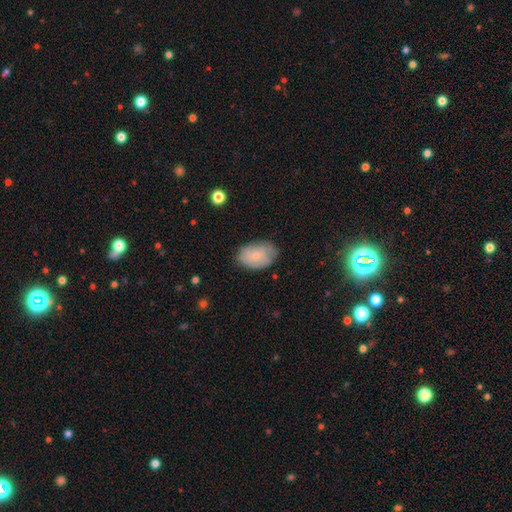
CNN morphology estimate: Q: Smooth or featured?
A: smooth (70%); runner-up: featured or disk (22%)
Q: How rounded?
A: in between (87%); runner-up: round (11%)
Q: Merging?
A: none (72%); runner-up: minor disturbance (22%)